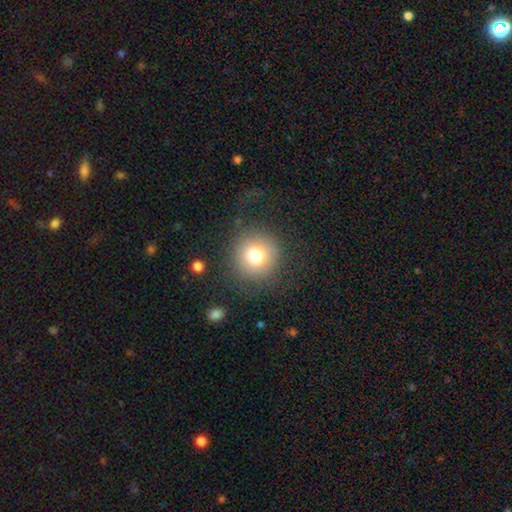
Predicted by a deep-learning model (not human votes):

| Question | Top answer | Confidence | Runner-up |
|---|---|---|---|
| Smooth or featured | smooth | 76% | star or artifact (12%) |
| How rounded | round | 94% | in between (5%) |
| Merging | none | 81% | minor disturbance (9%) |